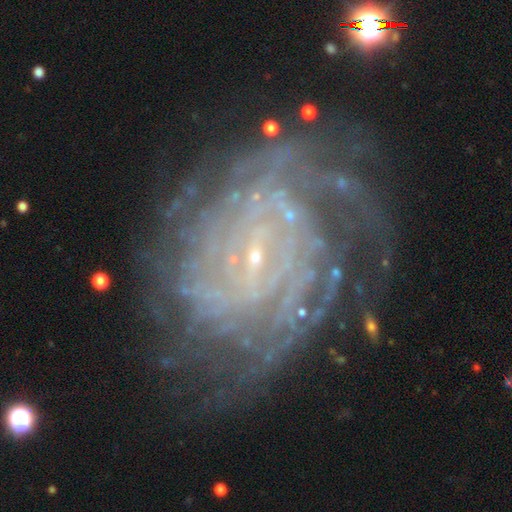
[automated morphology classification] The model was most divided on "bar": no: 46%, weak: 41%, strong: 13%. Remaining: edge-on disk — no (97%); spiral arms — yes (96%); smooth or featured — featured or disk (87%); bulge size — small (85%); spiral winding — tight (71%); merging — none (70%); spiral arm count — can't tell (32%).